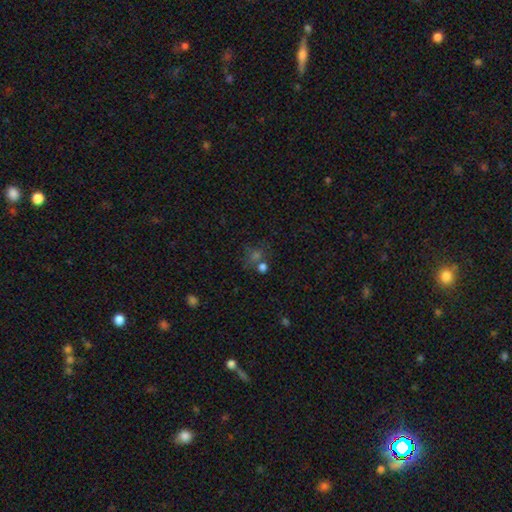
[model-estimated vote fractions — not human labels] Morphology: type=star or artifact (43%).